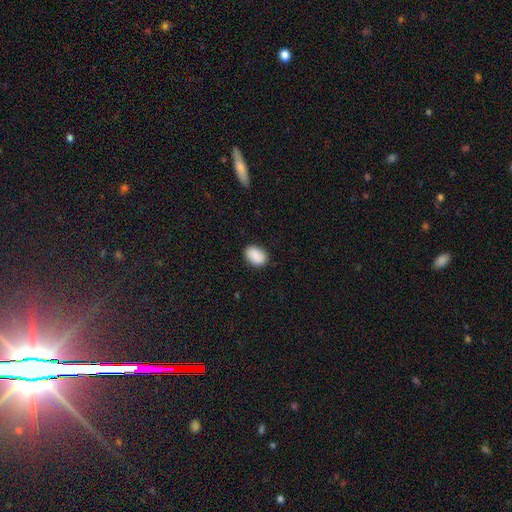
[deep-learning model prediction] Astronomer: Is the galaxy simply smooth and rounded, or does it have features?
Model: smooth — 89%.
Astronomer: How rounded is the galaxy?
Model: in between — 82%.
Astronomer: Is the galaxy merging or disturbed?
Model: none — 86%.